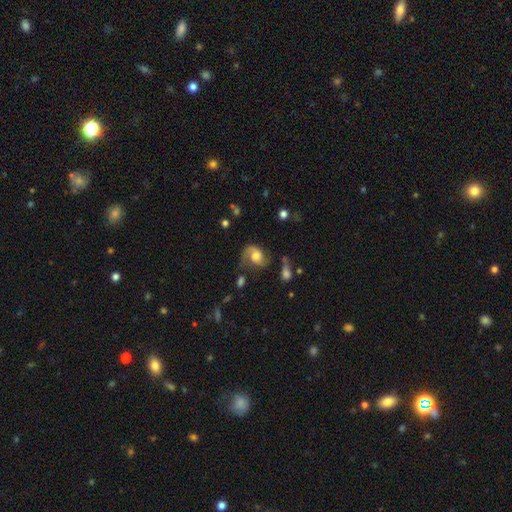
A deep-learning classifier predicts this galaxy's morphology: smooth_or_featured: featured or disk (p=0.74) [alt: smooth p=0.18]
disk_edge_on: no (p=0.97) [alt: yes p=0.03]
bar: no (p=0.62) [alt: weak p=0.32]
has_spiral_arms: yes (p=0.93) [alt: no p=0.07]
spiral_winding: medium (p=0.45) [alt: loose p=0.39]
spiral_arm_count: 2 (p=0.78) [alt: 1 p=0.14]
bulge_size: moderate (p=0.54) [alt: large p=0.27]
merging: none (p=0.54) [alt: minor disturbance p=0.23]